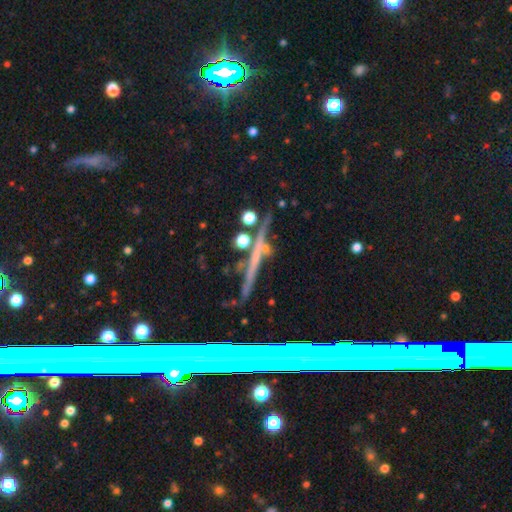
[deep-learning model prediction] Smooth or featured?
  - featured or disk: 58% *
  - star or artifact: 23%
  - smooth: 19%
Edge-on disk?
  - yes: 84% *
  - no: 16%
Merging?
  - none: 72% *
  - minor disturbance: 16%
  - major disturbance: 7%
  - merger: 6%